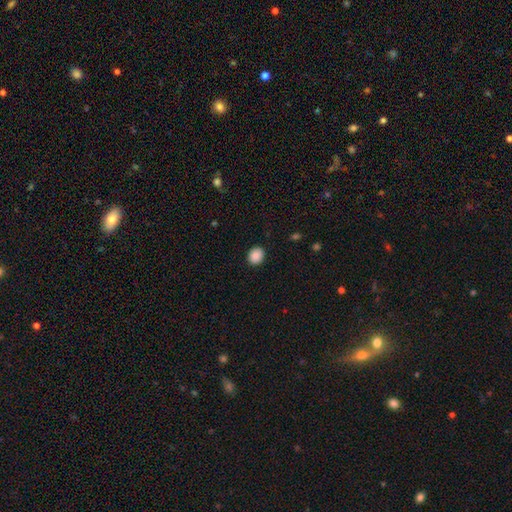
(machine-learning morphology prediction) smooth-or-featured: smooth: 89% | star or artifact: 8% | featured or disk: 3%
  how-rounded: round: 54% | in between: 45% | cigar-shaped: 1%
  merging: none: 89% | minor disturbance: 8% | major disturbance: 2% | merger: 1%